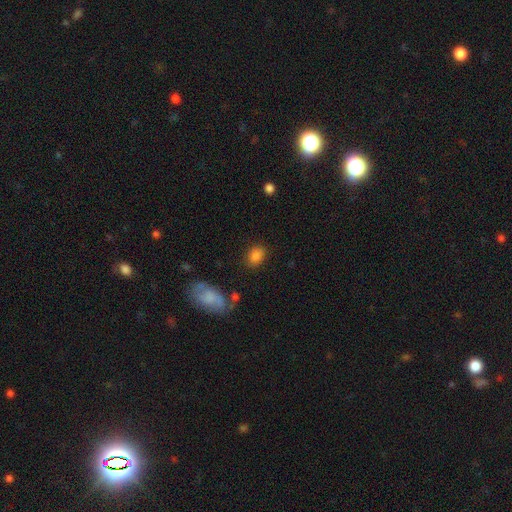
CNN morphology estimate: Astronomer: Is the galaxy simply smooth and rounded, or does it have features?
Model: smooth — 84%.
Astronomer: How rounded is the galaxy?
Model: in between — 71%.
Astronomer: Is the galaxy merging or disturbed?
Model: none — 82%.